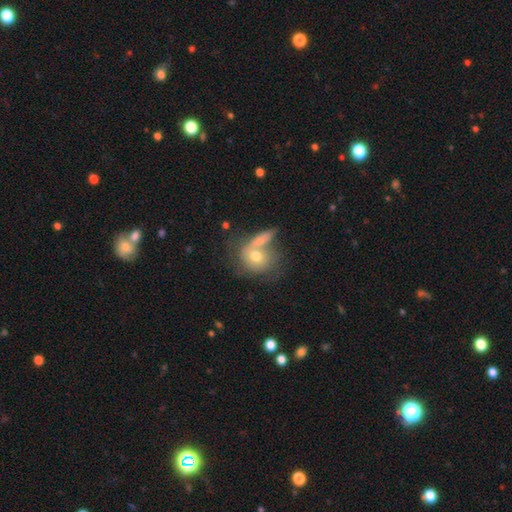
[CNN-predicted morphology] A smooth galaxy with no disk features (61%) that is round (64%). Merging: merger (46%).